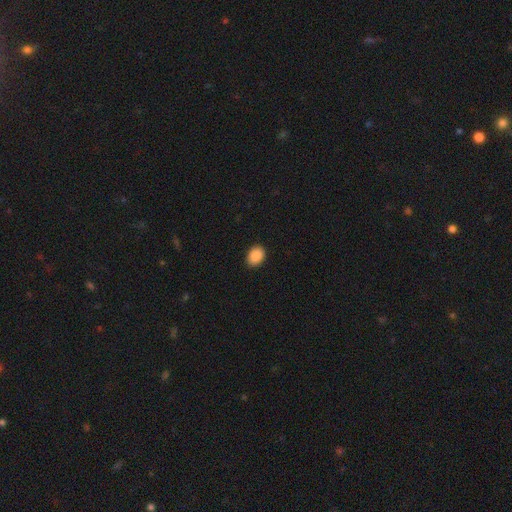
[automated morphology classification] Overall: smooth (89%). How rounded: in between (70%). Merging: none (89%).